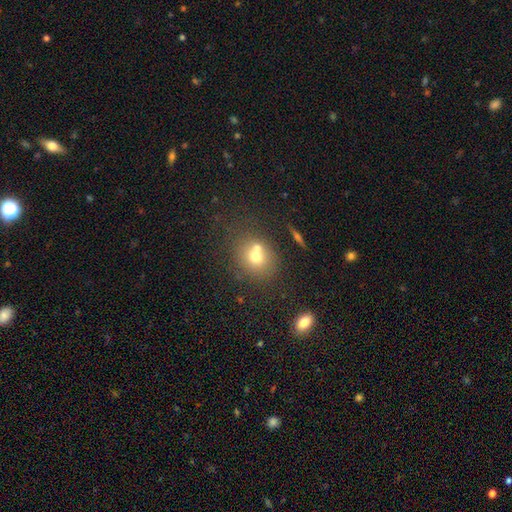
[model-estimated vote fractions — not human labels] A smooth galaxy with no disk features (67%) that is round (75%).

Vote fractions:
- Smooth or featured? smooth: 67% / featured or disk: 19% / star or artifact: 14%
- How rounded? round: 75% / in between: 24% / cigar-shaped: 1%
- Merging? none: 51% / merger: 35% / minor disturbance: 10% / major disturbance: 4%